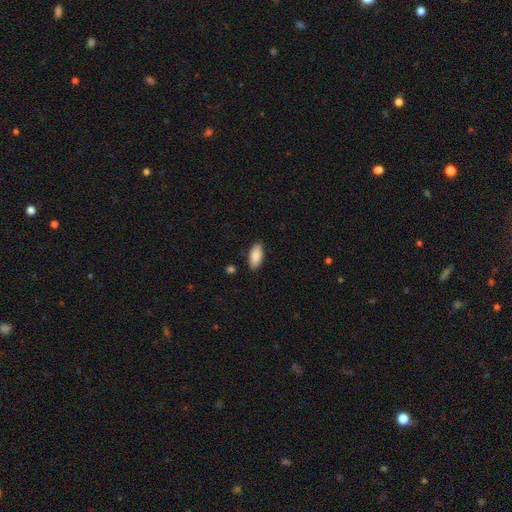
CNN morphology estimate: Smooth or featured?
  - smooth: 88% *
  - featured or disk: 6%
  - star or artifact: 6%
How rounded?
  - in between: 91% *
  - cigar-shaped: 7%
  - round: 2%
Merging?
  - none: 87% *
  - minor disturbance: 9%
  - major disturbance: 2%
  - merger: 2%